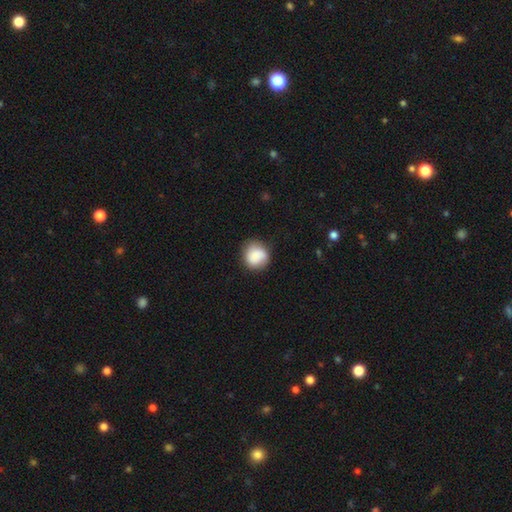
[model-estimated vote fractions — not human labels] smooth-or-featured: smooth: 84% | featured or disk: 9% | star or artifact: 7%
  how-rounded: round: 86% | in between: 13% | cigar-shaped: 1%
  merging: none: 77% | minor disturbance: 17% | major disturbance: 4% | merger: 2%